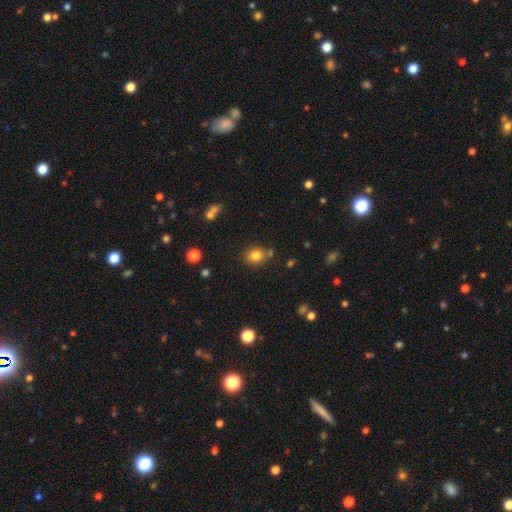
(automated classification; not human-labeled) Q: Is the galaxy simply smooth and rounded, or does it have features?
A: smooth — 80%.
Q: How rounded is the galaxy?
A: round — 68%.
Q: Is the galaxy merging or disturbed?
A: none — 73%.